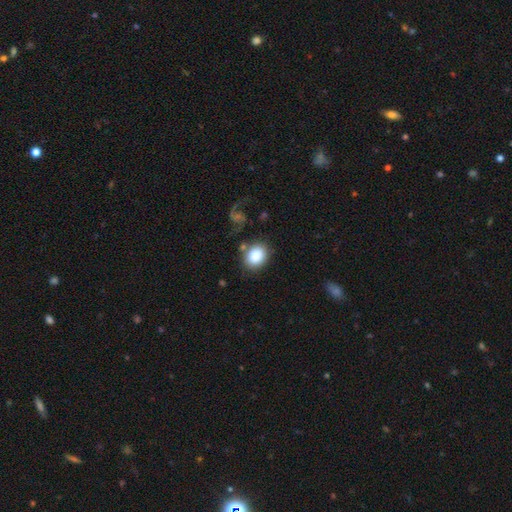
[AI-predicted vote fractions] smooth 86%, star or artifact 7%, featured or disk 7%. Down the decision tree: how rounded — in between (58%); merging — none (70%).